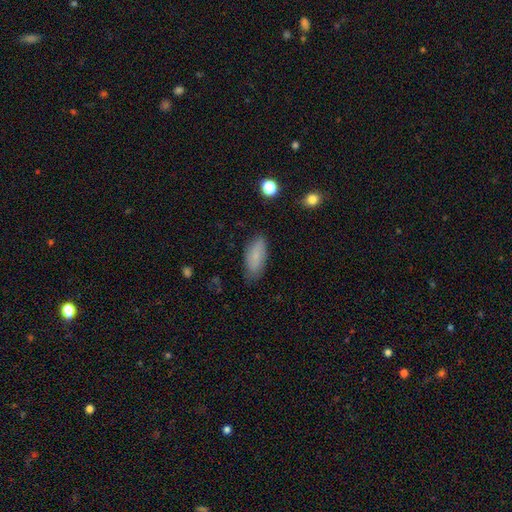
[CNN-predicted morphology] Smooth or featured? smooth (80%)
How rounded? in between (82%)
Merging? none (79%)